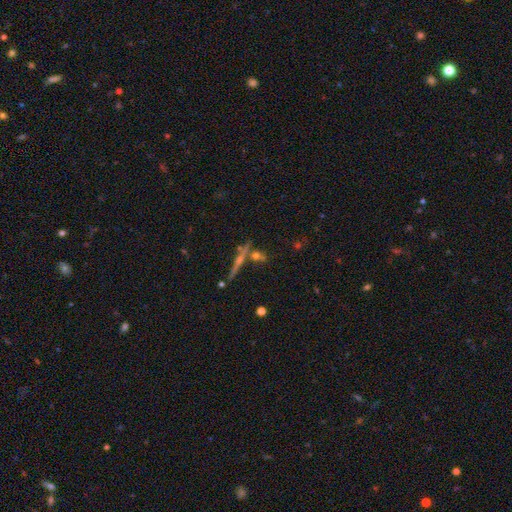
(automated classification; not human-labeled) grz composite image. It shows a featured or disk galaxy (60%) viewed edge-on (91%) with a rounded central bulge (75%). Merging: none (68%).